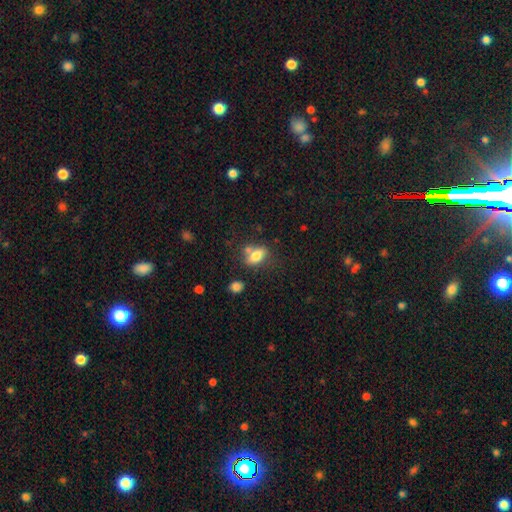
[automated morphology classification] A smooth galaxy with no disk features (77%) that is in between round and cigar-shaped (81%). Merging: none (51%).